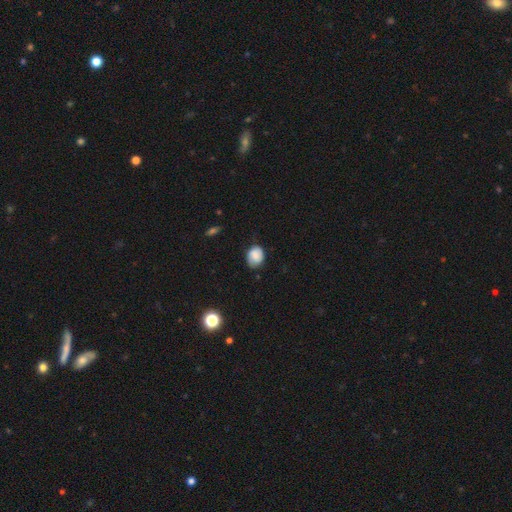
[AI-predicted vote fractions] Q: Smooth or featured?
A: smooth (79%); runner-up: featured or disk (12%)
Q: How rounded?
A: in between (50%); runner-up: round (49%)
Q: Merging?
A: none (71%); runner-up: minor disturbance (24%)